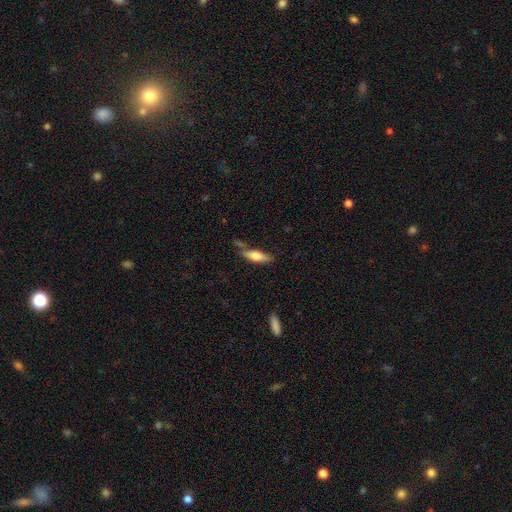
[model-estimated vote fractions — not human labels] This appears to be a smooth galaxy with no disk features (61%) that is cigar-shaped (56%). Merging: none (63%).